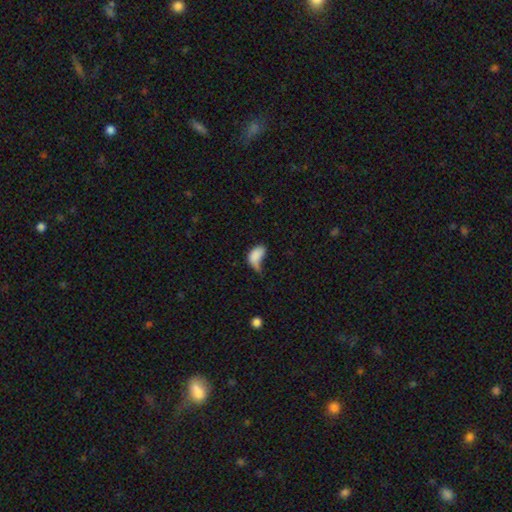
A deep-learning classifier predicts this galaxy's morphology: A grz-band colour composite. It shows a smooth galaxy with no disk features (80%) that is in between round and cigar-shaped (91%). Merging: major disturbance (37%).